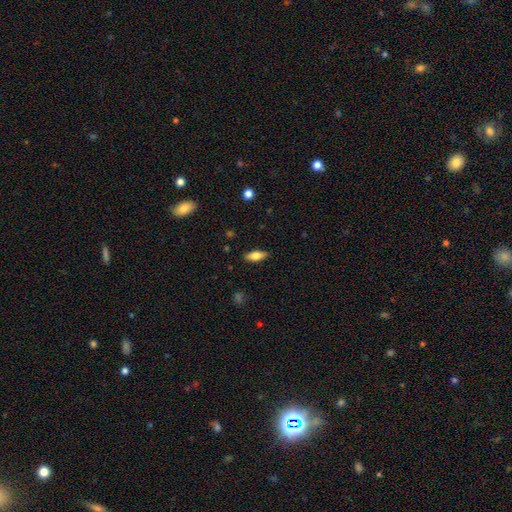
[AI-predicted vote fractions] A smooth galaxy with no disk features (68%) that is in between round and cigar-shaped (75%).

Vote fractions:
- Smooth or featured? smooth: 68% / featured or disk: 25% / star or artifact: 7%
- How rounded? in between: 75% / cigar-shaped: 22% / round: 3%
- Merging? none: 87% / minor disturbance: 10% / major disturbance: 2% / merger: 1%